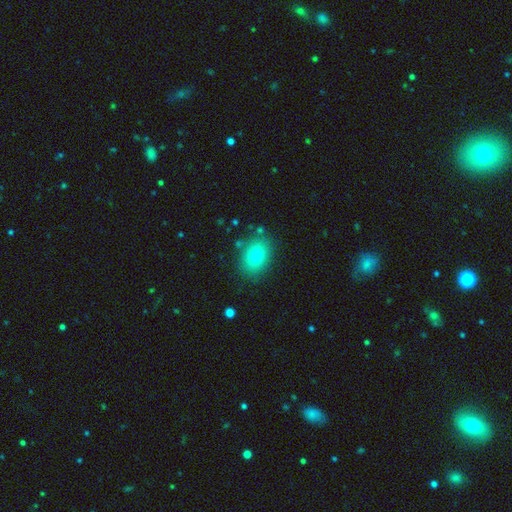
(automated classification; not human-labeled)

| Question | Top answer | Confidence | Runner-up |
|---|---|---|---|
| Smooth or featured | smooth | 81% | featured or disk (10%) |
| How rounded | in between | 79% | round (20%) |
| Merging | none | 81% | minor disturbance (12%) |